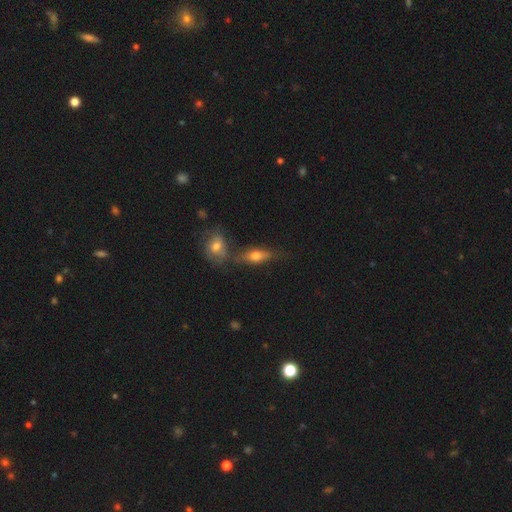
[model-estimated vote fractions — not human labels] The model was most divided on "smooth or featured": smooth: 59%, featured or disk: 32%, star or artifact: 9%. More confident: how rounded — in between (65%); merging — none (56%).